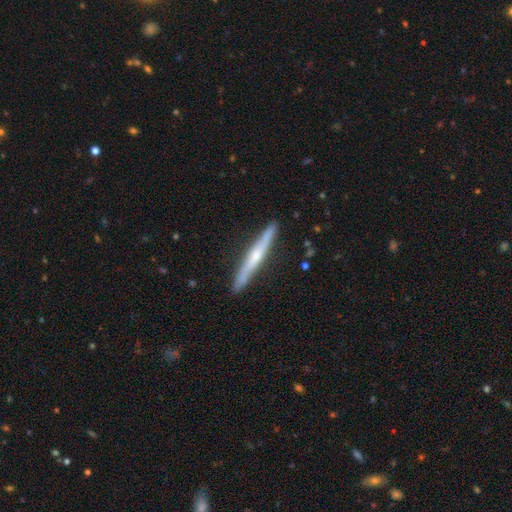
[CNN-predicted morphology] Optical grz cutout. It shows a featured or disk galaxy (64%) viewed edge-on (96%) with a rounded central bulge (66%). Merging: none (90%).